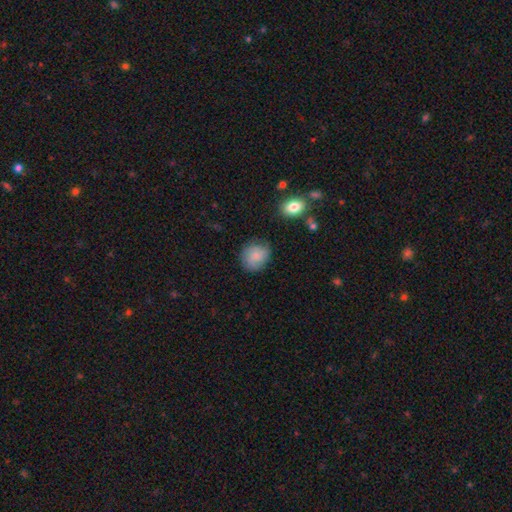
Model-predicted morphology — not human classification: Q: Smooth or featured?
A: smooth (79%); runner-up: featured or disk (13%)
Q: How rounded?
A: round (72%); runner-up: in between (27%)
Q: Merging?
A: none (74%); runner-up: minor disturbance (20%)